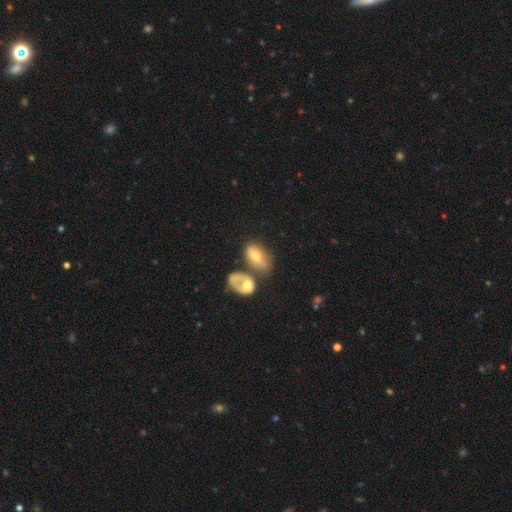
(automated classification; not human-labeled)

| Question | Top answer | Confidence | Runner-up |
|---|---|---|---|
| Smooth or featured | smooth | 60% | featured or disk (32%) |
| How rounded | in between | 87% | round (10%) |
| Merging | merger | 38% | none (31%) |